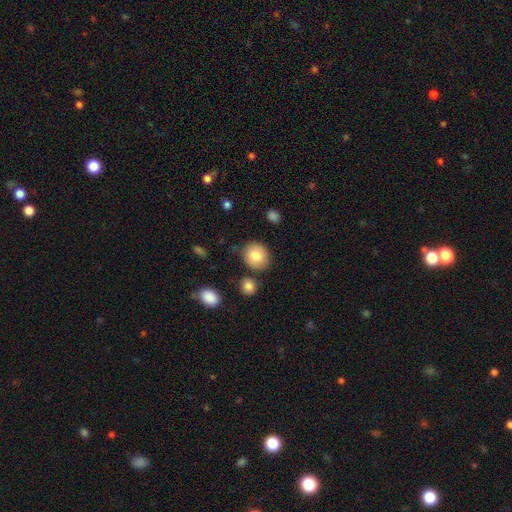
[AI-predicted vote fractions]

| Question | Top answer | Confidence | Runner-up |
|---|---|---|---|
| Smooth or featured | smooth | 81% | featured or disk (11%) |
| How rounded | round | 74% | in between (25%) |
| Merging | none | 81% | minor disturbance (11%) |